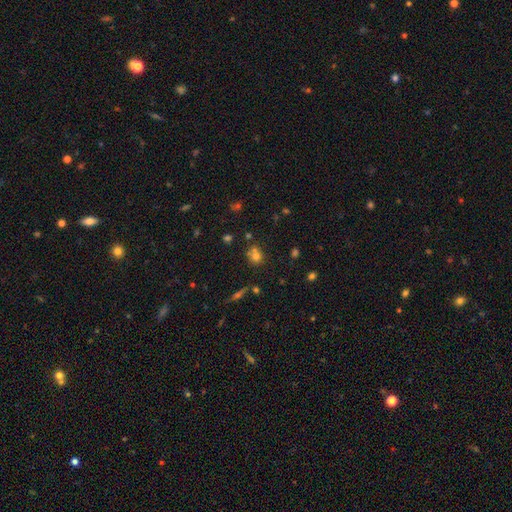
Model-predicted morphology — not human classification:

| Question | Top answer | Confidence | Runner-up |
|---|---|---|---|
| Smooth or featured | smooth | 64% | star or artifact (20%) |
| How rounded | round | 78% | in between (21%) |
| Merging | none | 51% | merger (34%) |